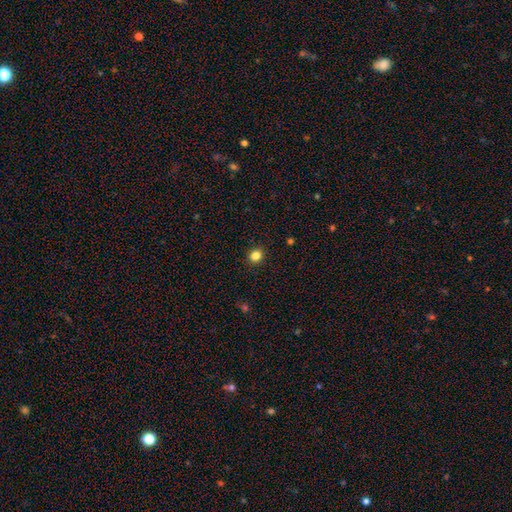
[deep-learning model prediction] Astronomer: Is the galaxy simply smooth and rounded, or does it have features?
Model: smooth — 83%.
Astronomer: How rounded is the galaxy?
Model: round — 78%.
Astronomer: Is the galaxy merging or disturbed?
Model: none — 91%.